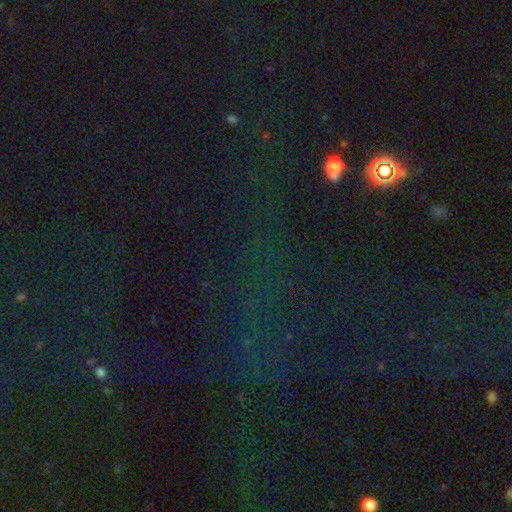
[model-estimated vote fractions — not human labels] This is likely a star or artifact rather than a galaxy (76%).